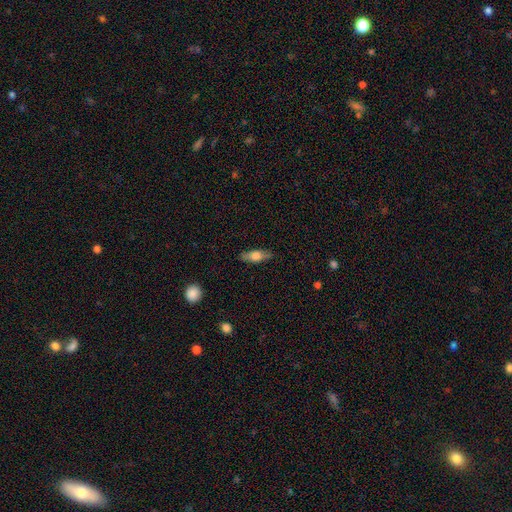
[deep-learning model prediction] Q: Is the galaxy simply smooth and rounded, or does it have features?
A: smooth — 60%.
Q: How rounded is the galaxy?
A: in between — 56%.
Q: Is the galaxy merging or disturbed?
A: none — 86%.